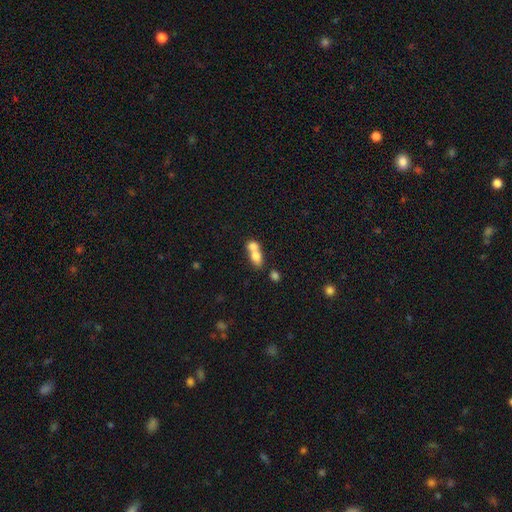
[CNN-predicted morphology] This appears to be a smooth galaxy with no disk features (73%) that is in between round and cigar-shaped (64%). Merging: merger (73%).